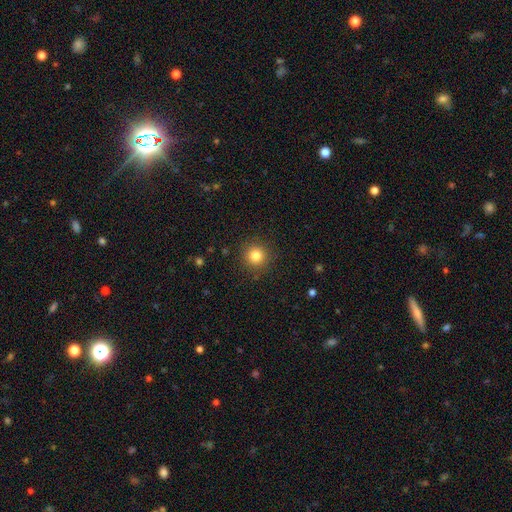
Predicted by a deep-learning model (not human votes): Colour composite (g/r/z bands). It shows a smooth galaxy with no disk features (82%) that is round (95%). Merging: none (90%).